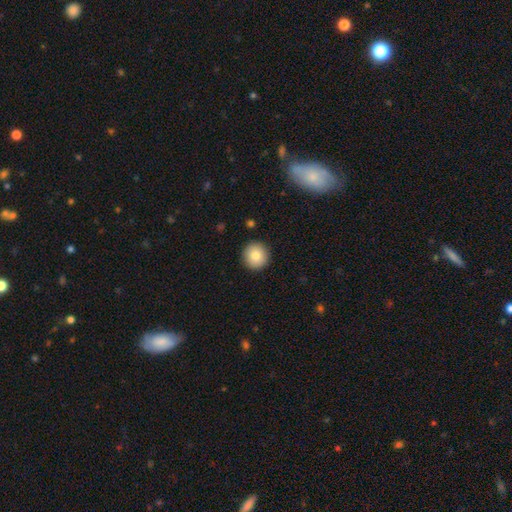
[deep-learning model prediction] A smooth galaxy with no disk features (82%) that is round (95%). Merging: none (92%).